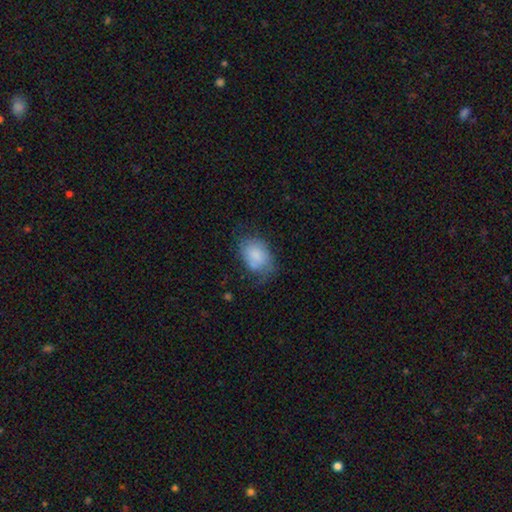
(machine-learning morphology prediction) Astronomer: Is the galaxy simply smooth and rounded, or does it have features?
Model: smooth — 74%.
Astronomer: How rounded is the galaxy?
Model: in between — 78%.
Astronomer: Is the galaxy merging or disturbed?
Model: none — 45% (runner-up: minor disturbance, 33%).